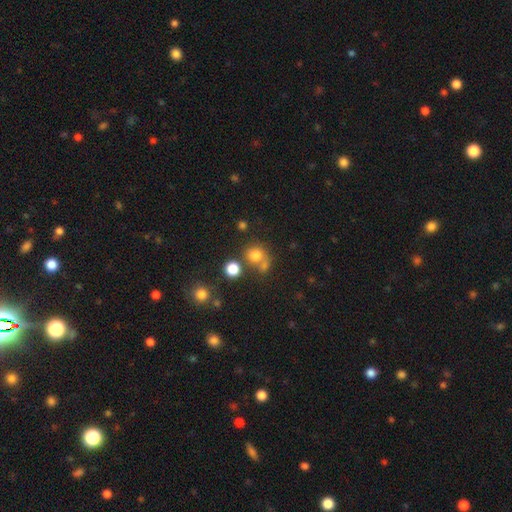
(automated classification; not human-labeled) This appears to be a smooth galaxy with no disk features (75%) that is round (80%). Merging: none (53%).